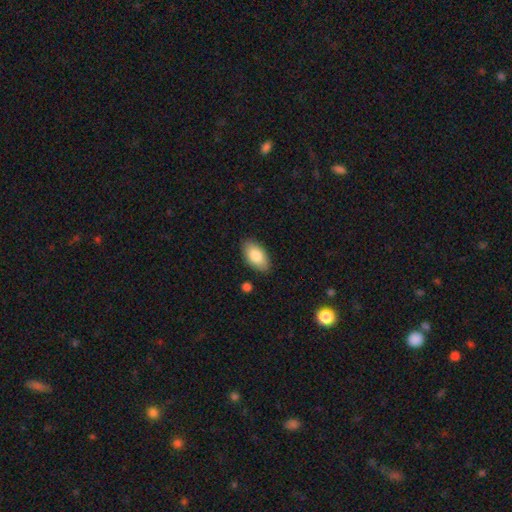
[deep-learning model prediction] Smooth or featured? Predicted: smooth (p=0.83). How rounded? Predicted: in between (p=0.94). Merging? Predicted: none (p=0.85).